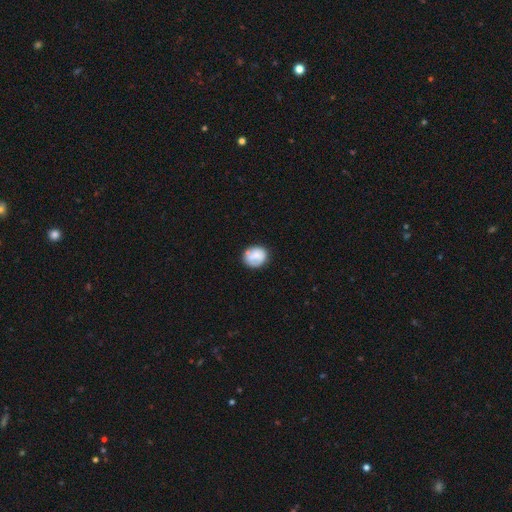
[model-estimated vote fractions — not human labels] This appears to be a smooth galaxy with no disk features (72%) that is round (78%). Merging: none (72%).